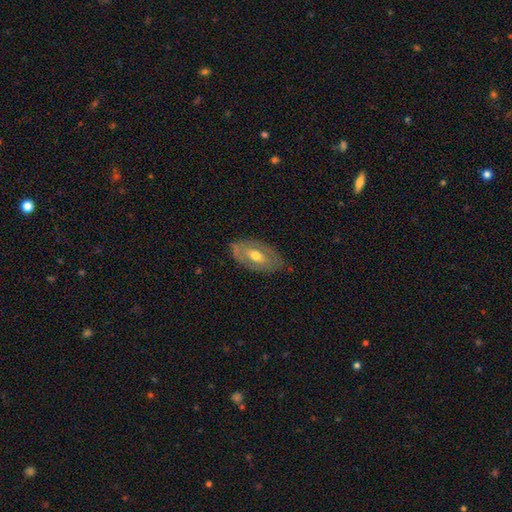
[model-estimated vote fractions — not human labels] A featured or disk galaxy (53%).

Vote fractions:
- Smooth or featured? featured or disk: 53% / smooth: 41% / star or artifact: 6%
- Edge-on disk? no: 86% / yes: 14%
- Merging? none: 73% / minor disturbance: 20% / major disturbance: 5% / merger: 1%